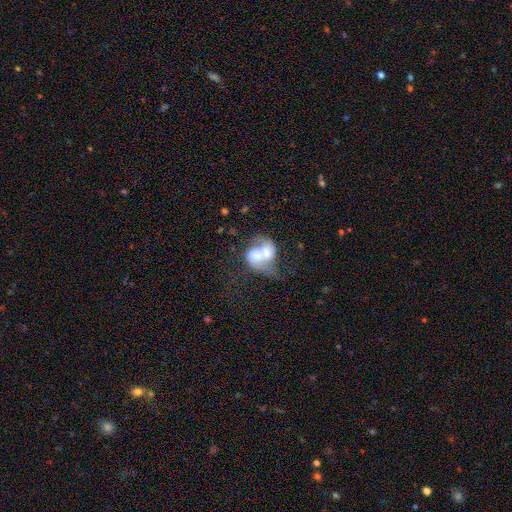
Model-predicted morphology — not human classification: Smooth or featured? Predicted: featured or disk (p=0.49). Merging? Predicted: merger (p=0.73).